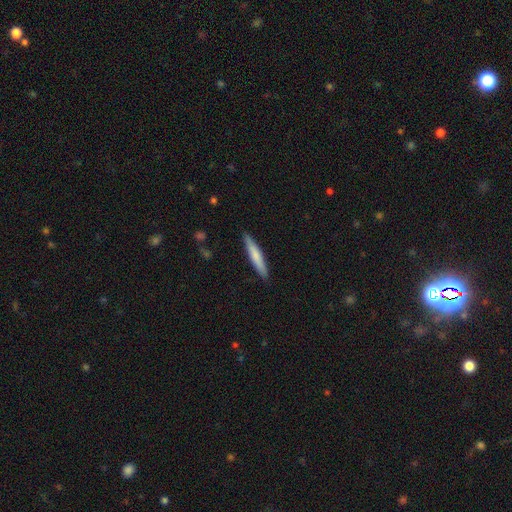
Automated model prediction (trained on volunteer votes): smooth-or-featured: smooth: 71% | featured or disk: 23% | star or artifact: 6%
  how-rounded: cigar-shaped: 92% | in between: 7% | round: 1%
  merging: none: 89% | minor disturbance: 8% | major disturbance: 2% | merger: 1%